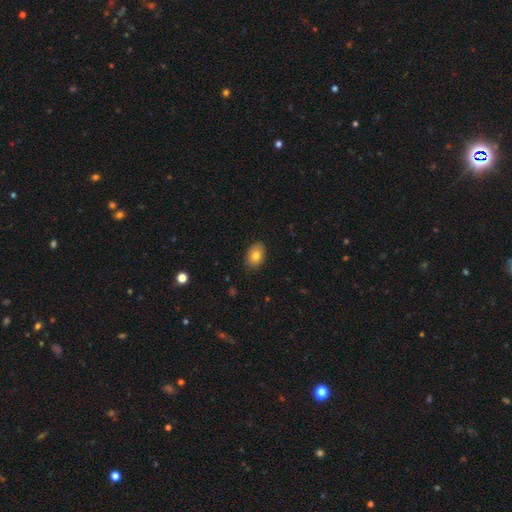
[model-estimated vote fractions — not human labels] A smooth galaxy with no disk features (80%) that is in between round and cigar-shaped (82%).

Vote fractions:
- Smooth or featured? smooth: 80% / featured or disk: 12% / star or artifact: 8%
- How rounded? in between: 82% / round: 16% / cigar-shaped: 1%
- Merging? none: 86% / minor disturbance: 11% / major disturbance: 2% / merger: 1%